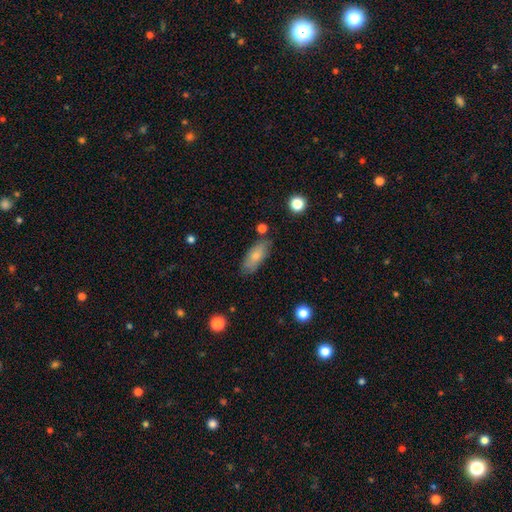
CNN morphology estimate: smooth 77%, featured or disk 17%, star or artifact 6%. Down the decision tree: how rounded — in between (81%); merging — none (75%).